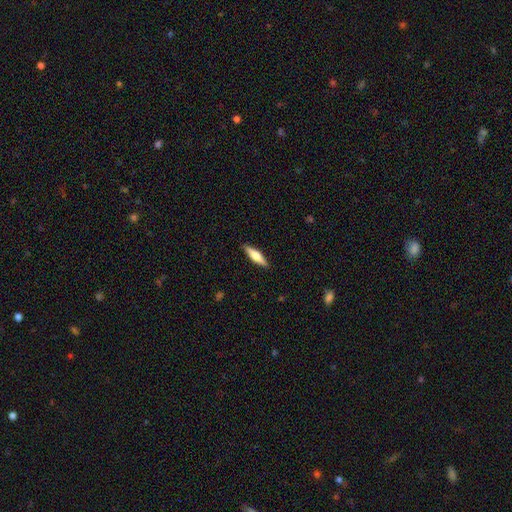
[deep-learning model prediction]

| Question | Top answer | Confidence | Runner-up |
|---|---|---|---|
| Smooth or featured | smooth | 52% | featured or disk (43%) |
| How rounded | cigar-shaped | 68% | in between (30%) |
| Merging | none | 90% | minor disturbance (8%) |